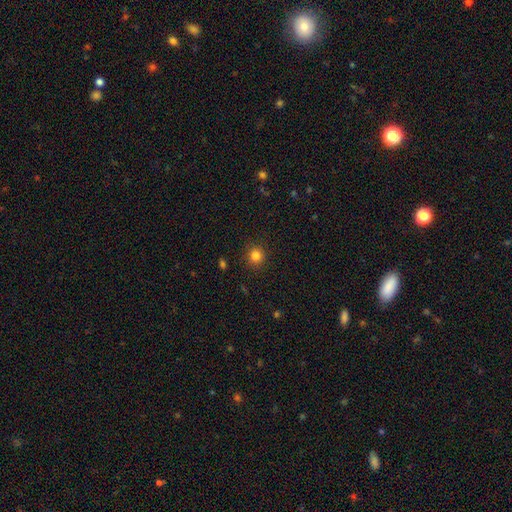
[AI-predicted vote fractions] Overall: smooth (83%). How rounded: round (91%). Merging: none (90%).